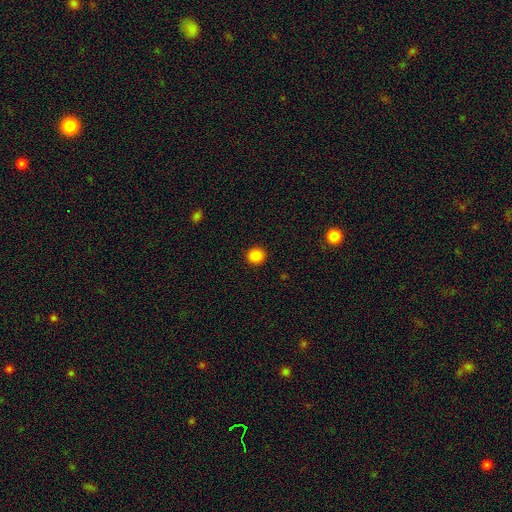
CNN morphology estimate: Smooth or featured?
  - smooth: 85% *
  - star or artifact: 11%
  - featured or disk: 4%
How rounded?
  - round: 92% *
  - in between: 7%
  - cigar-shaped: 1%
Merging?
  - none: 93% *
  - minor disturbance: 4%
  - major disturbance: 2%
  - merger: 1%